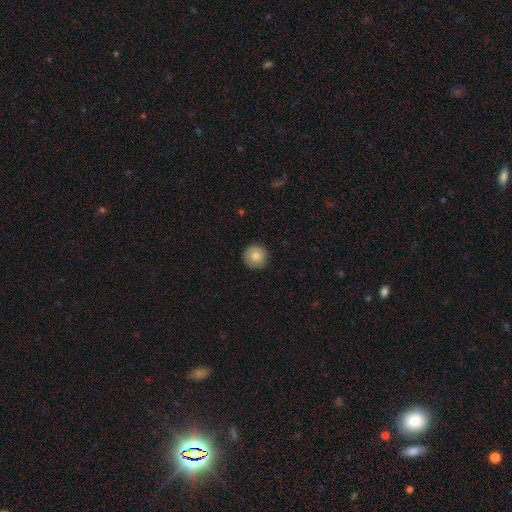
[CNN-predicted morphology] Smooth or featured? Predicted: smooth (p=0.85). How rounded? Predicted: round (p=0.96). Merging? Predicted: none (p=0.91).